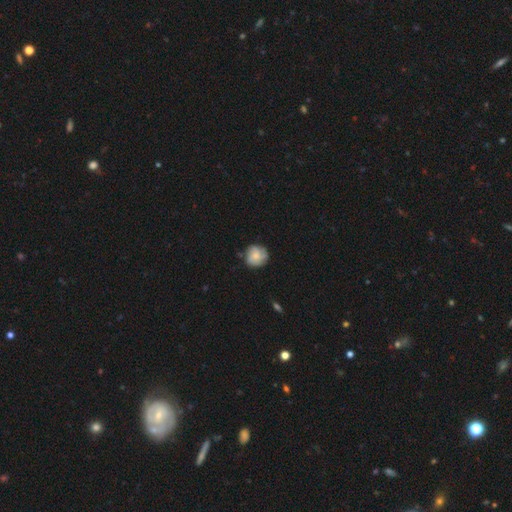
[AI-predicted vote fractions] Morphology: type=smooth (51%); roundness=round (86%); merging=none (71%).